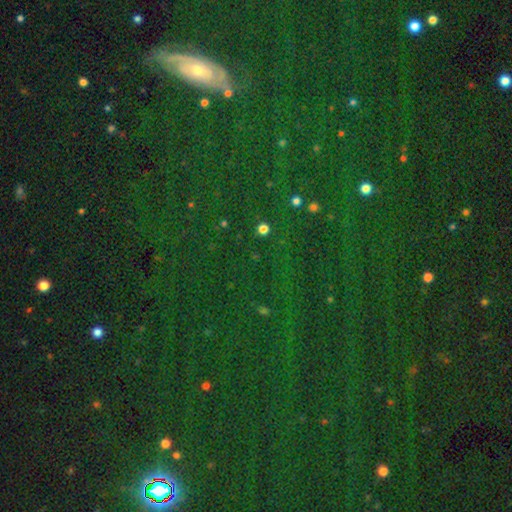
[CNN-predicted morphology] A star or artifact, not a galaxy (70%).

Vote fractions:
- Smooth or featured? star or artifact: 70% / smooth: 18% / featured or disk: 13%